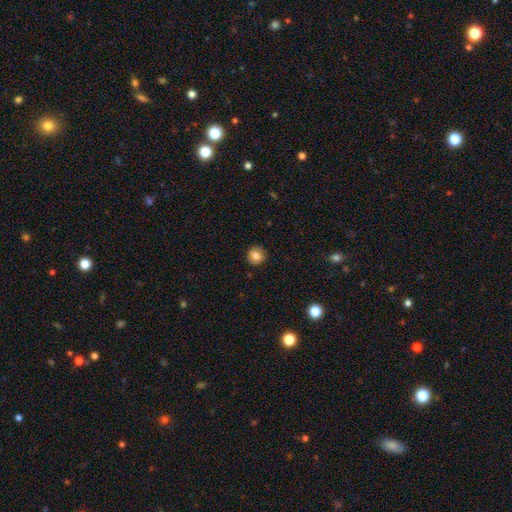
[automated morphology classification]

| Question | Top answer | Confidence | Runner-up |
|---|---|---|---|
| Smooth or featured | smooth | 82% | star or artifact (10%) |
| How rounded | round | 88% | in between (11%) |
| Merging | none | 89% | minor disturbance (8%) |